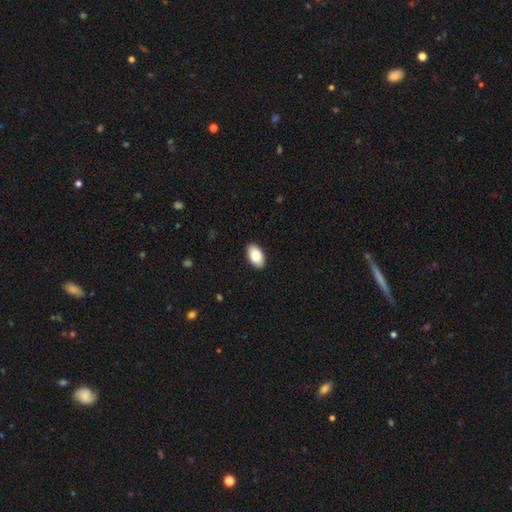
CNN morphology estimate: Smooth or featured? smooth (84%)
How rounded? in between (95%)
Merging? none (90%)